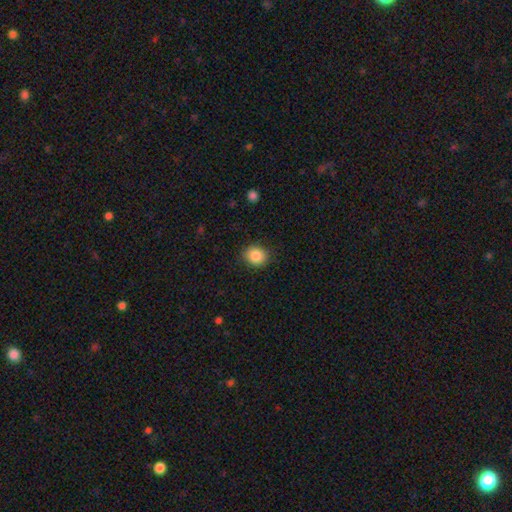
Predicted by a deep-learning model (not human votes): Smooth or featured? Predicted: smooth (p=0.86). How rounded? Predicted: round (p=0.69). Merging? Predicted: none (p=0.87).